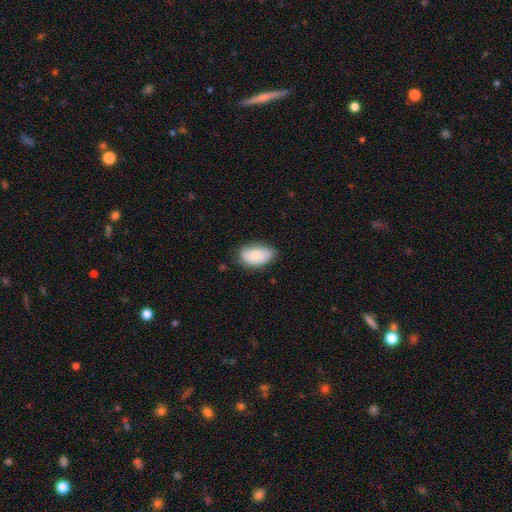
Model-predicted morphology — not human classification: This appears to be a smooth galaxy with no disk features (80%) that is in between round and cigar-shaped (93%). Merging: none (69%).